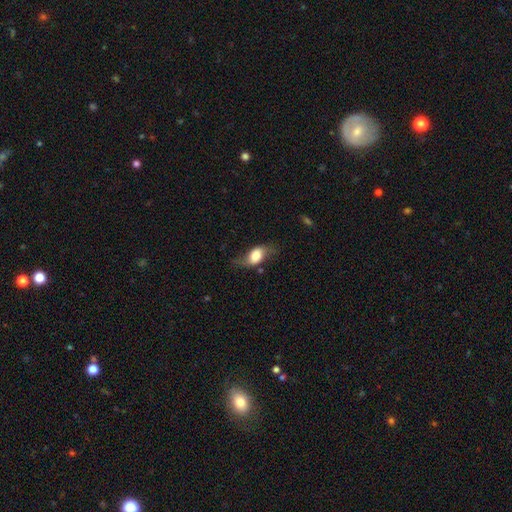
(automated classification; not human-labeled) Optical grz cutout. It shows a smooth galaxy with no disk features (58%) that is in between round and cigar-shaped (82%). Merging: none (54%).